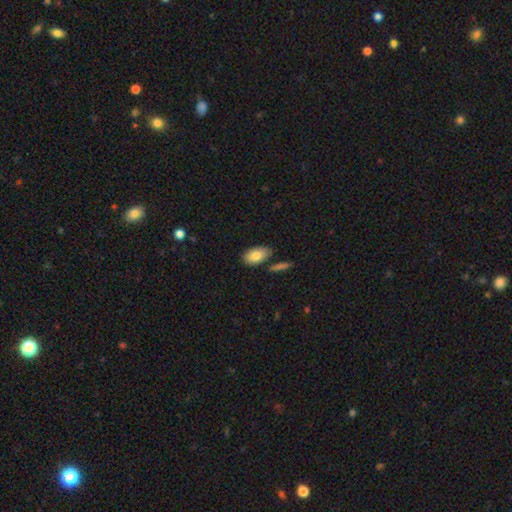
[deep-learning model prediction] The model was most divided on "merging": none: 75%, minor disturbance: 15%, merger: 7%, major disturbance: 3%. More confident: how rounded — in between (92%); smooth or featured — smooth (83%).